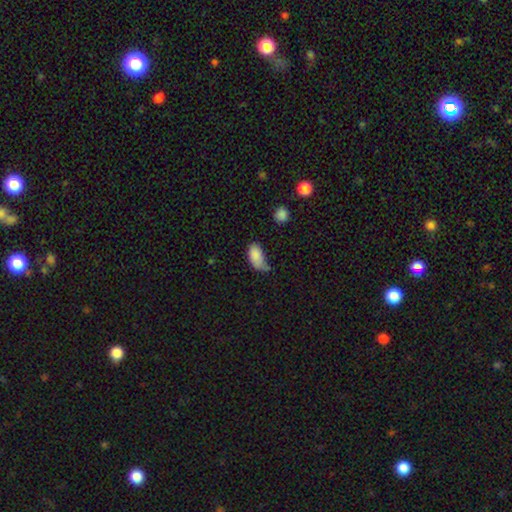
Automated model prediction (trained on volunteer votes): This appears to be a smooth galaxy with no disk features (84%) that is in between round and cigar-shaped (93%). Merging: minor disturbance (40%).